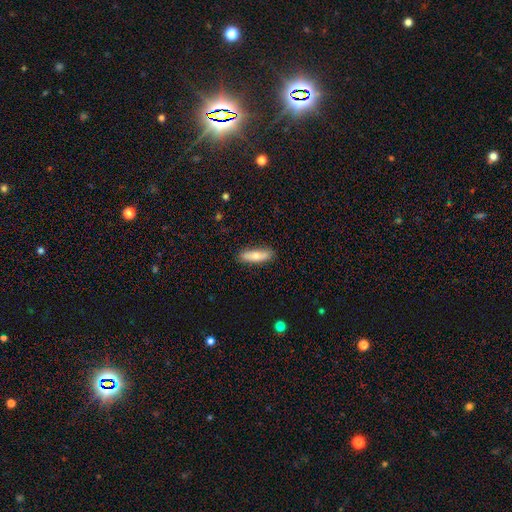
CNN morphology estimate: Overall: smooth (69%). How rounded: cigar-shaped (56%; in between 42%). Merging: none (84%).